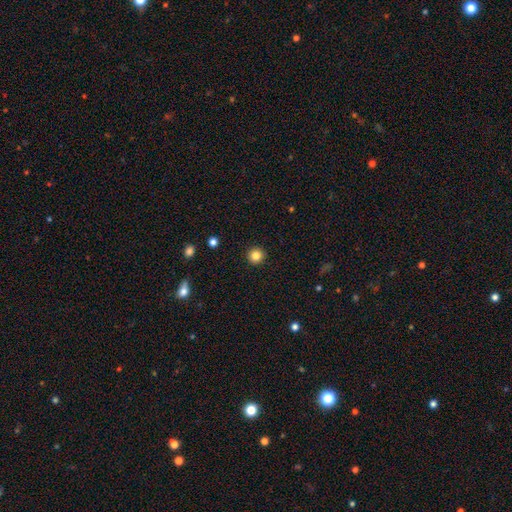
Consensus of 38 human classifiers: smooth-or-featured: smooth: 79% | featured or disk: 13% | star or artifact: 8%
  how-rounded: round: 97% | in between: 3% | cigar-shaped: 0%
  merging: none: 94% | minor disturbance: 6% | major disturbance: 0% | merger: 0%